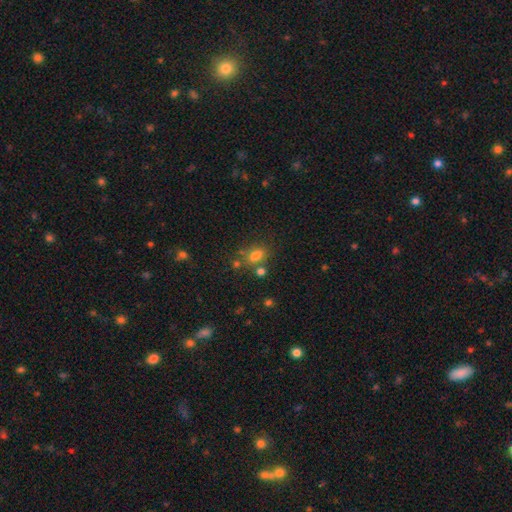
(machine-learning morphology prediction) Smooth or featured?
  - smooth: 77% *
  - star or artifact: 14%
  - featured or disk: 9%
How rounded?
  - in between: 77% *
  - round: 20%
  - cigar-shaped: 3%
Merging?
  - none: 64% *
  - merger: 16%
  - minor disturbance: 15%
  - major disturbance: 6%